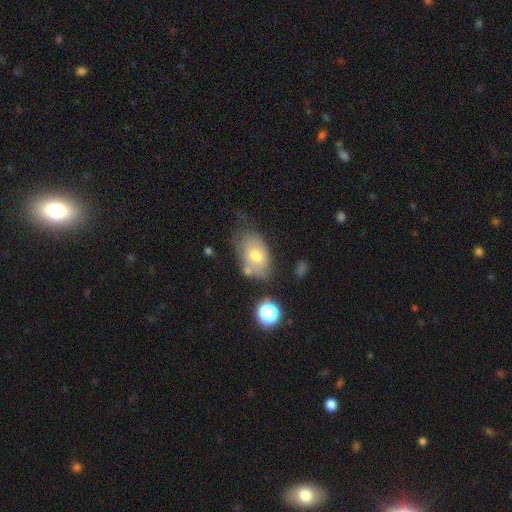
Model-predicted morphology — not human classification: smooth 63%, featured or disk 27%, star or artifact 10%. Down the decision tree: how rounded — in between (85%); merging — none (50%).